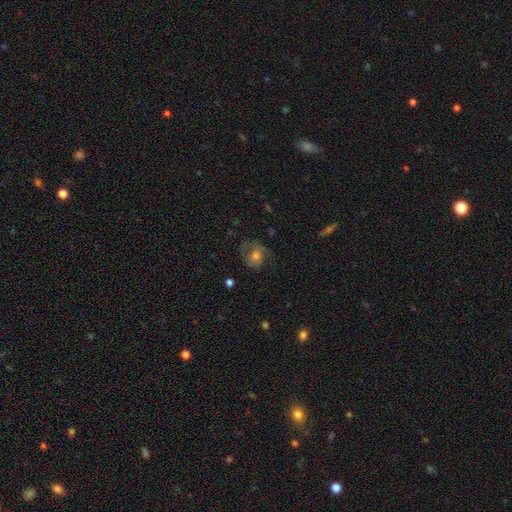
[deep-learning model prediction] Smooth or featured? Predicted: featured or disk (p=0.48). Merging? Predicted: none (p=0.61).